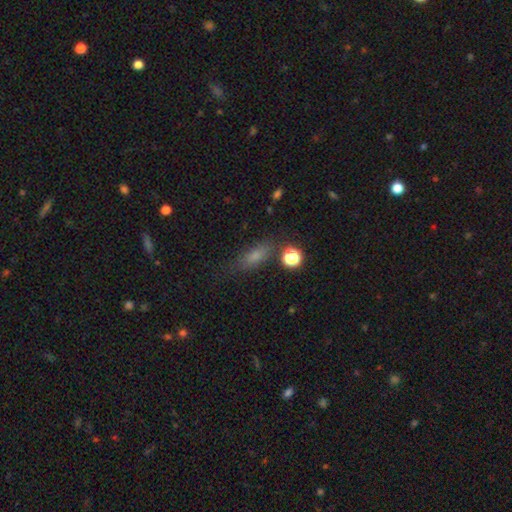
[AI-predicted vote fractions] smooth 68%, star or artifact 17%, featured or disk 16%. Down the decision tree: how rounded — in between (57%); merging — none (70%).